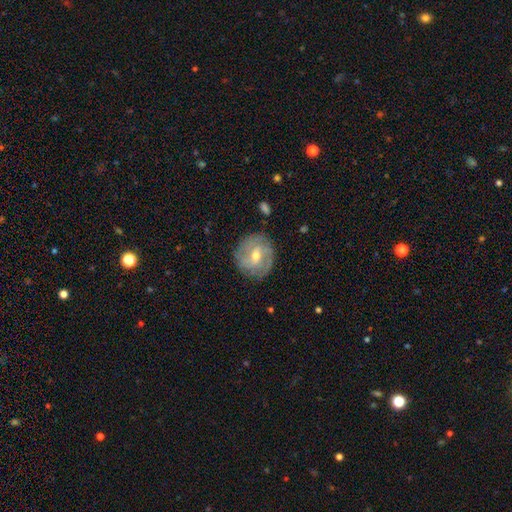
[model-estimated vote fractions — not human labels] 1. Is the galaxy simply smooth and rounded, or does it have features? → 72% featured or disk, 21% smooth, 7% star or artifact.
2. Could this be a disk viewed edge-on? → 96% no, 4% yes.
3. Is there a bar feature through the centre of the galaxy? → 51% weak, 28% no, 21% strong.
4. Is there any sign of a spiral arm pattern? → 83% yes, 17% no.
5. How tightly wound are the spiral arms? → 54% tight, 33% medium, 13% loose.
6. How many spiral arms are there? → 37% 2, 35% can't tell, 15% 3, 5% 4, 5% 1, 3% more than 4.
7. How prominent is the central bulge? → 59% moderate, 37% small, 2% large, 1% none, 1% dominant.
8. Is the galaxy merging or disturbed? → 78% none, 15% minor disturbance, 5% major disturbance, 1% merger.